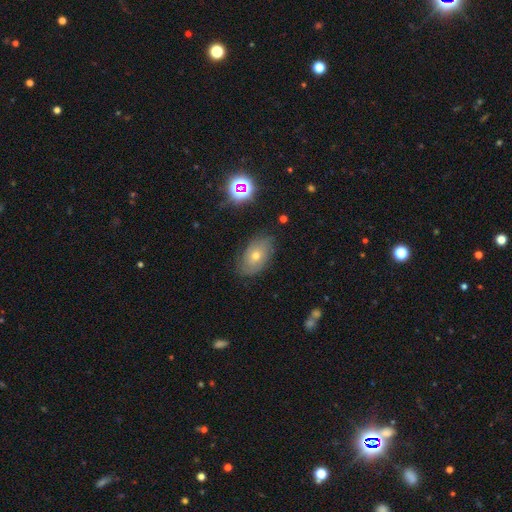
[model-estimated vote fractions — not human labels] This appears to be a featured or disk galaxy (44%). Merging: none (79%).